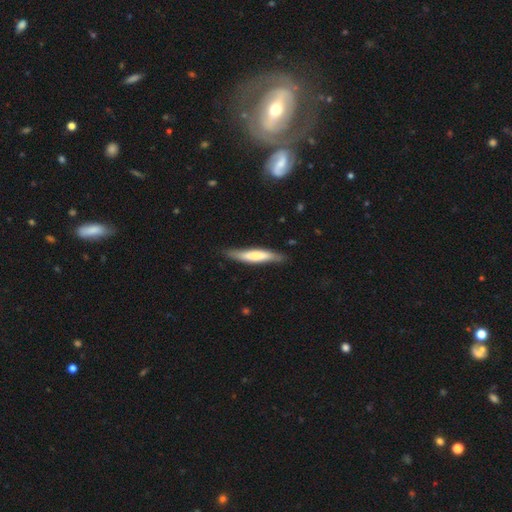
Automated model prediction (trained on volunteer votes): Q: Smooth or featured?
A: smooth (60%); runner-up: featured or disk (35%)
Q: How rounded?
A: cigar-shaped (86%); runner-up: in between (13%)
Q: Merging?
A: none (82%); runner-up: minor disturbance (14%)